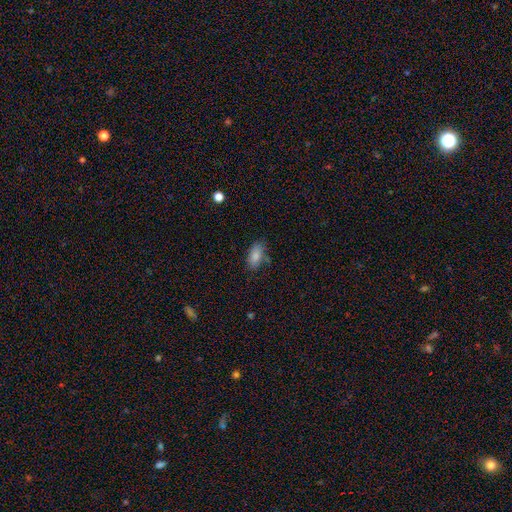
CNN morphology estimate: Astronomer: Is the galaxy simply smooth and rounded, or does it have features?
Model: smooth — 84%.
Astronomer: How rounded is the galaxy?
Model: in between — 88%.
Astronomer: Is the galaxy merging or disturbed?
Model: none — 65%.